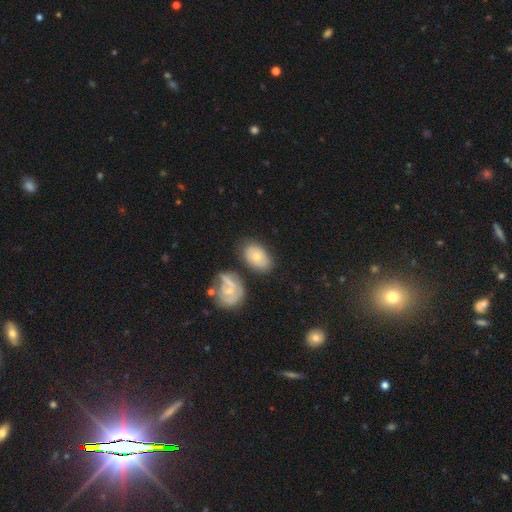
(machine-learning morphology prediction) Overall: smooth (61%; featured or disk 31%). How rounded: in between (84%). Merging: none (61%).